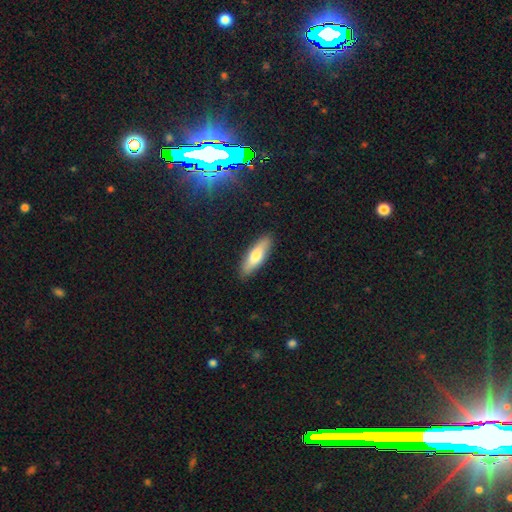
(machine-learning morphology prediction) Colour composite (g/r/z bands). It shows a smooth galaxy with no disk features (70%) that is cigar-shaped (56%). Merging: none (89%).